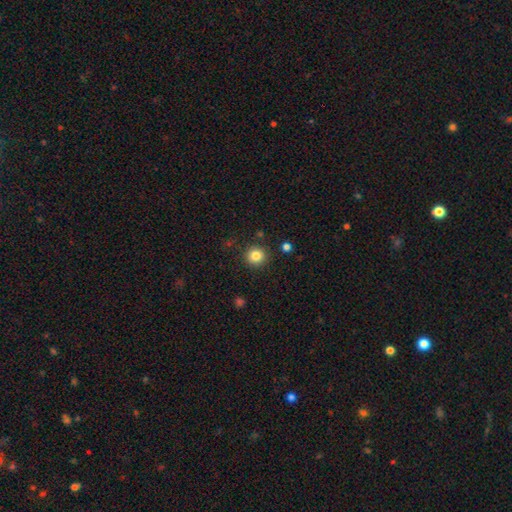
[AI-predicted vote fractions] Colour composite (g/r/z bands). It shows a smooth galaxy with no disk features (83%) that is round (93%). Merging: none (89%).